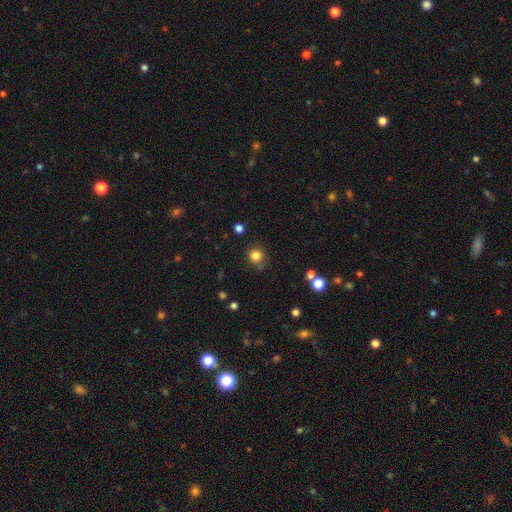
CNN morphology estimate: Smooth or featured: smooth — 82% (star or artifact — 13%)
How rounded: round — 91% (in between — 8%)
Merging: none — 80% (minor disturbance — 13%)